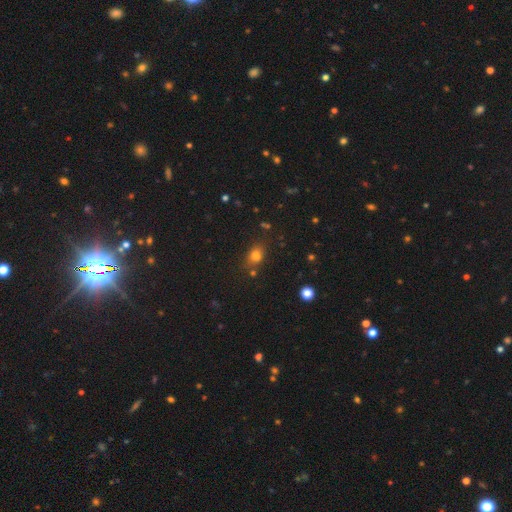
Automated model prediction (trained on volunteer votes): This appears to be a smooth galaxy with no disk features (76%) that is in between round and cigar-shaped (60%). Merging: none (70%).